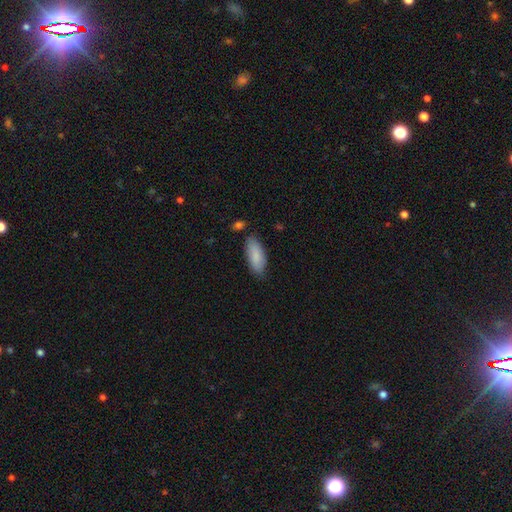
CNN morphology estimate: smooth 86%, featured or disk 9%, star or artifact 6%. Down the decision tree: how rounded — in between (79%); merging — none (79%).